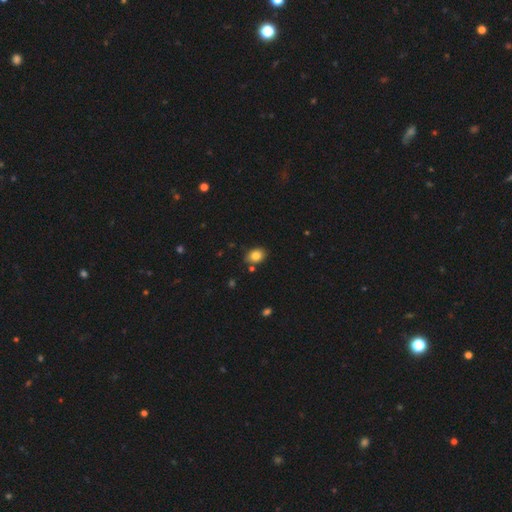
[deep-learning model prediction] smooth-or-featured: smooth: 82% | star or artifact: 10% | featured or disk: 8%
  how-rounded: in between: 65% | round: 34% | cigar-shaped: 1%
  merging: none: 80% | minor disturbance: 13% | merger: 4% | major disturbance: 2%